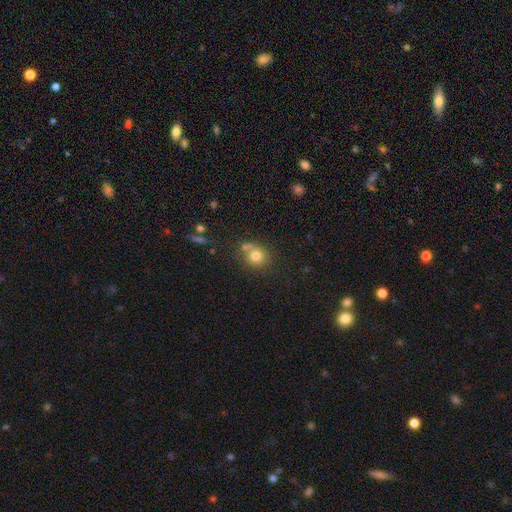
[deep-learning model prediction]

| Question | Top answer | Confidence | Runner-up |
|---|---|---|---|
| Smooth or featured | smooth | 75% | star or artifact (13%) |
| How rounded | round | 78% | in between (21%) |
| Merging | none | 57% | merger (22%) |